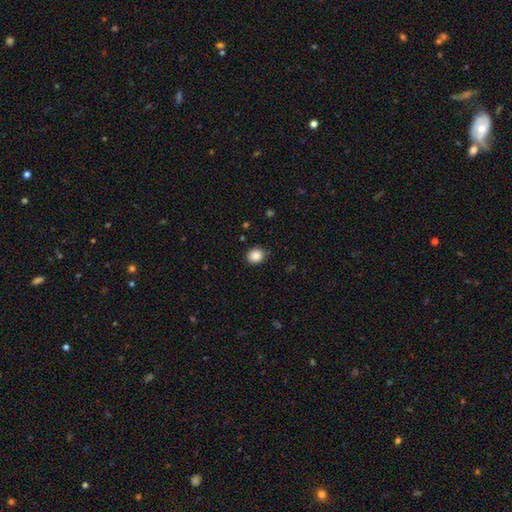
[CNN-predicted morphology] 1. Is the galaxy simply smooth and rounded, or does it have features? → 88% smooth, 9% star or artifact, 3% featured or disk.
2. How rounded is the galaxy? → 64% round, 35% in between, 1% cigar-shaped.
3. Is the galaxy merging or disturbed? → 88% none, 9% minor disturbance, 2% major disturbance, 1% merger.